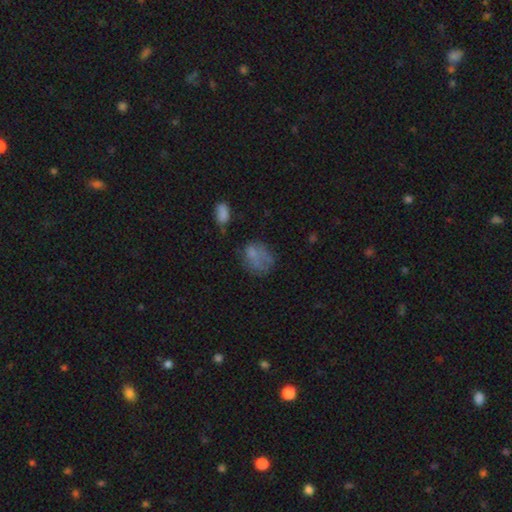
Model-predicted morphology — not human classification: Overall: smooth (67%). How rounded: in between (53%; round 46%). Merging: none (43%; minor disturbance 27%).